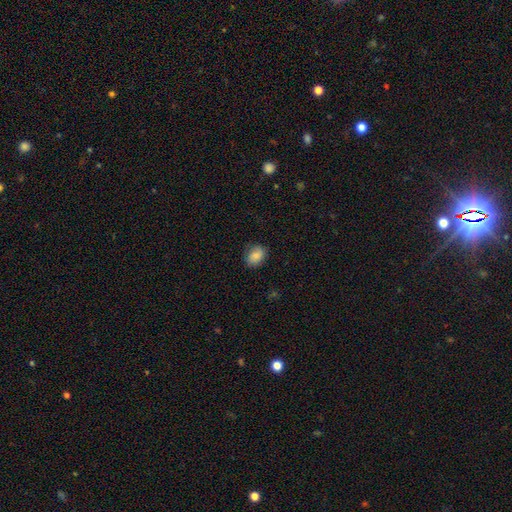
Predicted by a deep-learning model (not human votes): This is clearly a smooth galaxy (84%). How rounded: possibly in between (55%). Merging: clearly none (80%).